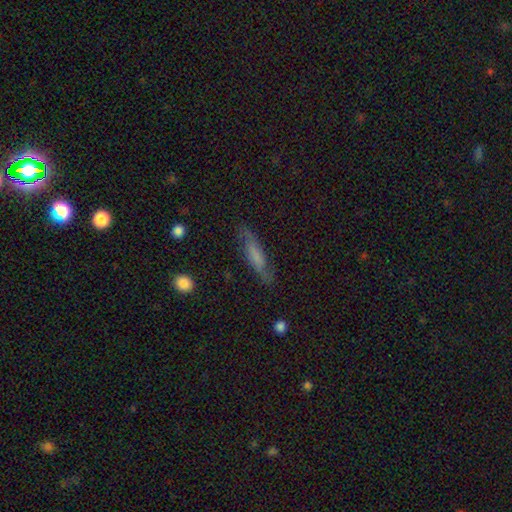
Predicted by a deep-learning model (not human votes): smooth_or_featured: smooth (p=0.47) [alt: featured or disk p=0.45]
merging: none (p=0.78) [alt: minor disturbance p=0.16]